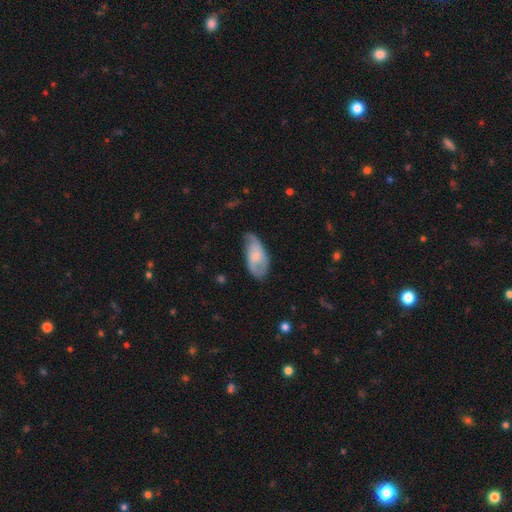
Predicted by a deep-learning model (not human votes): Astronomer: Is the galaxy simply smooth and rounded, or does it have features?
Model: smooth — 54% (runner-up: featured or disk, 40%).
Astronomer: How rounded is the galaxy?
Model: in between — 91%.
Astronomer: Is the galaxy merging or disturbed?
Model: none — 53% (runner-up: minor disturbance, 33%).